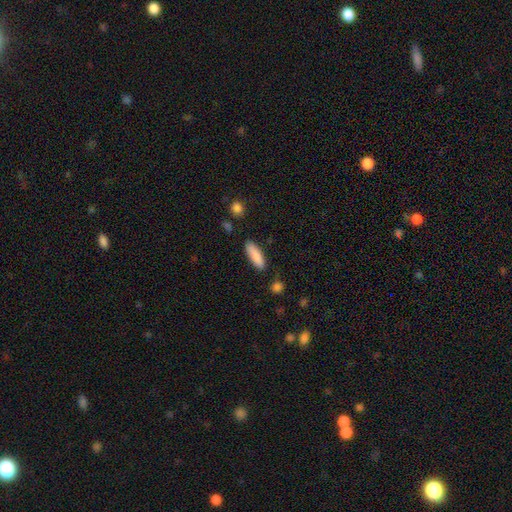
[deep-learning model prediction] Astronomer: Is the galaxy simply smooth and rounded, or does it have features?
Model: smooth — 88%.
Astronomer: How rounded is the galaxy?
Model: in between — 53% (runner-up: cigar-shaped, 46%).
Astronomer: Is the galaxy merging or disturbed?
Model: none — 84%.